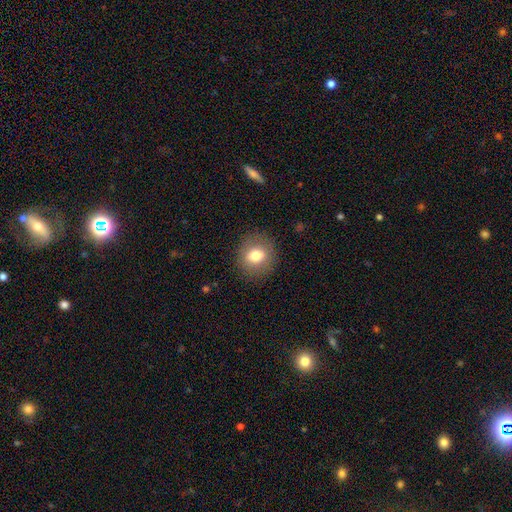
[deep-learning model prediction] Smooth or featured?
  - smooth: 76% *
  - featured or disk: 15%
  - star or artifact: 10%
How rounded?
  - round: 77% *
  - in between: 22%
  - cigar-shaped: 1%
Merging?
  - none: 88% *
  - minor disturbance: 8%
  - major disturbance: 3%
  - merger: 1%